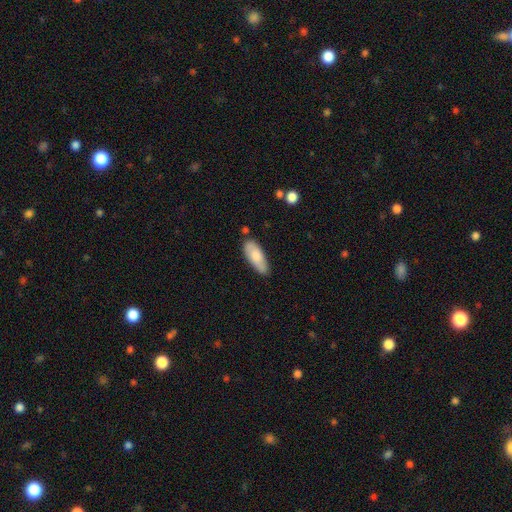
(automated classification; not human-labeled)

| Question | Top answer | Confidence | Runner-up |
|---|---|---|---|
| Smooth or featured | smooth | 76% | featured or disk (18%) |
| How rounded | in between | 74% | cigar-shaped (24%) |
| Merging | none | 70% | minor disturbance (22%) |